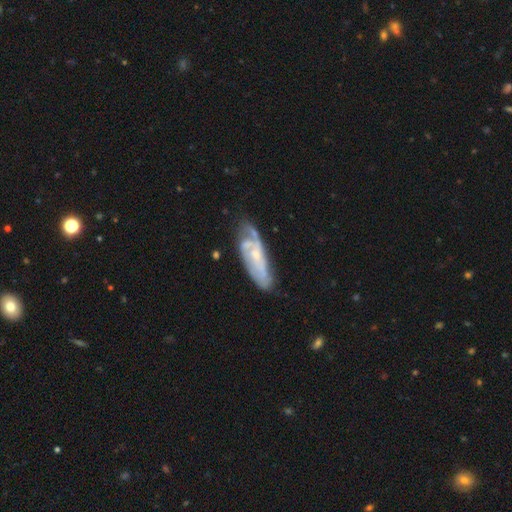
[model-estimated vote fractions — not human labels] smooth_or_featured: featured or disk (p=0.73) [alt: smooth p=0.21]
disk_edge_on: no (p=0.84) [alt: yes p=0.16]
bar: no (p=0.63) [alt: weak p=0.30]
has_spiral_arms: yes (p=0.83) [alt: no p=0.17]
spiral_winding: tight (p=0.48) [alt: medium p=0.38]
spiral_arm_count: can't tell (p=0.43) [alt: 2 p=0.32]
bulge_size: small (p=0.61) [alt: moderate p=0.32]
merging: none (p=0.58) [alt: minor disturbance p=0.26]